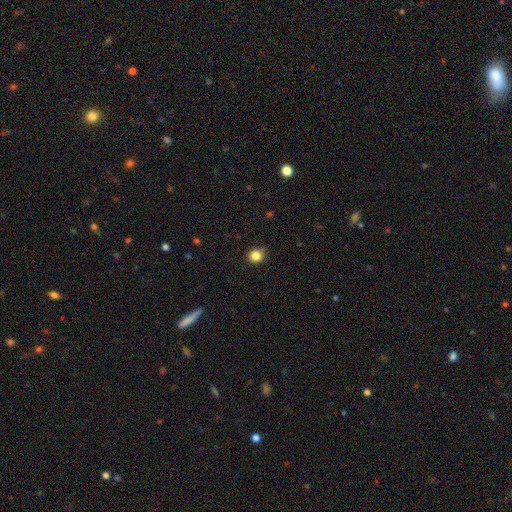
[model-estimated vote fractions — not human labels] This appears to be a smooth galaxy with no disk features (84%) that is round (85%). Merging: none (82%).